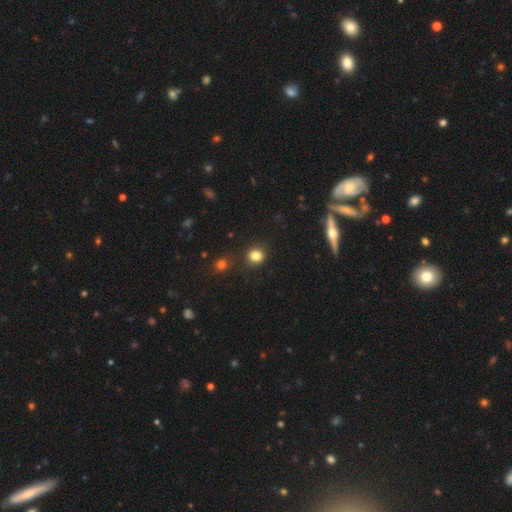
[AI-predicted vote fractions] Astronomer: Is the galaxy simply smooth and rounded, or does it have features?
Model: smooth — 82%.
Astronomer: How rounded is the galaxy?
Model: round — 79%.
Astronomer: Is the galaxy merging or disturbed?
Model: none — 87%.